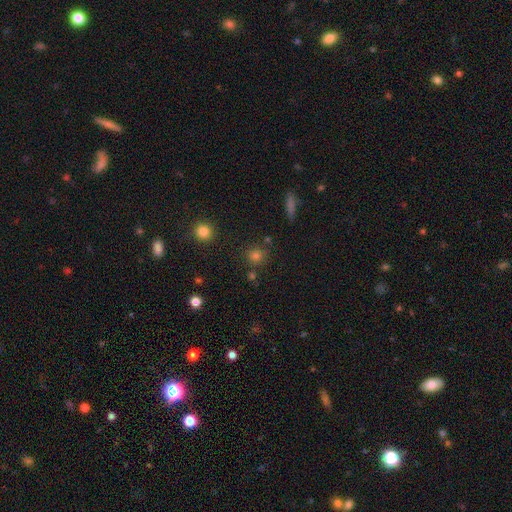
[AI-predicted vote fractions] smooth 78%, star or artifact 16%, featured or disk 6%. Down the decision tree: how rounded — round (91%); merging — none (80%).